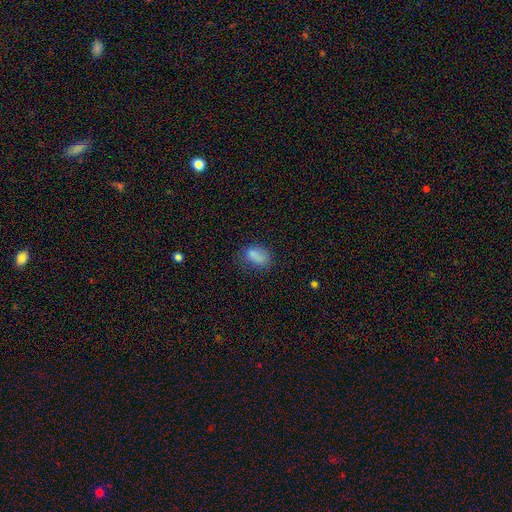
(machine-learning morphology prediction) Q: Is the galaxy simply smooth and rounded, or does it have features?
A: smooth — 79%.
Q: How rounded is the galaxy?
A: in between — 84%.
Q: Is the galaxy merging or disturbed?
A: none — 54%.